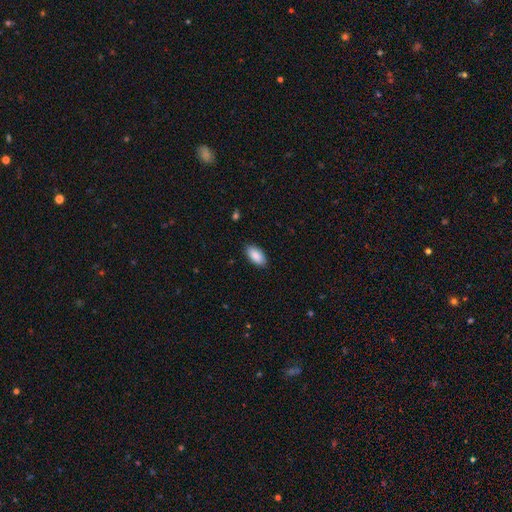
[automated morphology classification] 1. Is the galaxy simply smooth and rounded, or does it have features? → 89% smooth, 6% star or artifact, 5% featured or disk.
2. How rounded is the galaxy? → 93% in between, 5% cigar-shaped, 2% round.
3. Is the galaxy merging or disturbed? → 88% none, 9% minor disturbance, 2% major disturbance, 1% merger.